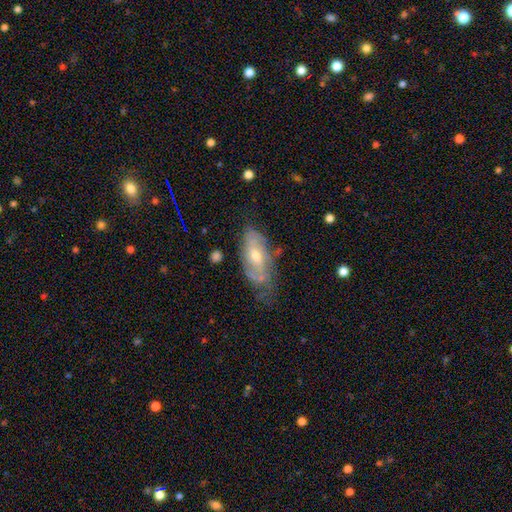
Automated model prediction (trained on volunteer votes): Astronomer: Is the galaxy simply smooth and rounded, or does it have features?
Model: featured or disk — 68%.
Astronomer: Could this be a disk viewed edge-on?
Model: no — 88%.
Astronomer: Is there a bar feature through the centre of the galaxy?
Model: no — 56% (runner-up: weak, 36%).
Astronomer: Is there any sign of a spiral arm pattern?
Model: yes — 79%.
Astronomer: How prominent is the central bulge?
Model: moderate — 61%.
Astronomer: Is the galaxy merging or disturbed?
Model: none — 52% (runner-up: minor disturbance, 30%).